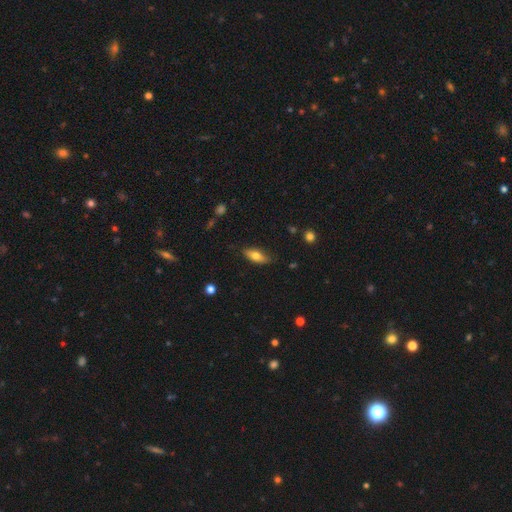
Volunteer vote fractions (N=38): A smooth galaxy with no disk features (63%) that is in between round and cigar-shaped (83%).

Vote fractions:
- Smooth or featured? smooth: 63% / featured or disk: 32% / star or artifact: 5%
- How rounded? in between: 83% / cigar-shaped: 12% / round: 4%
- Merging? none: 67% / minor disturbance: 22% / major disturbance: 11% / merger: 0%